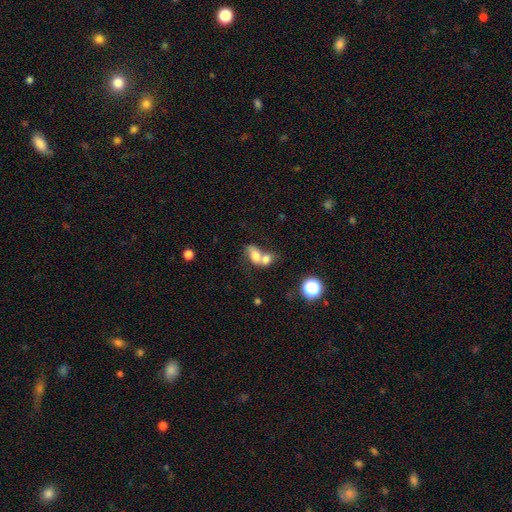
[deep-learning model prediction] Overall: smooth (69%). How rounded: in between (78%). Merging: merger (71%).